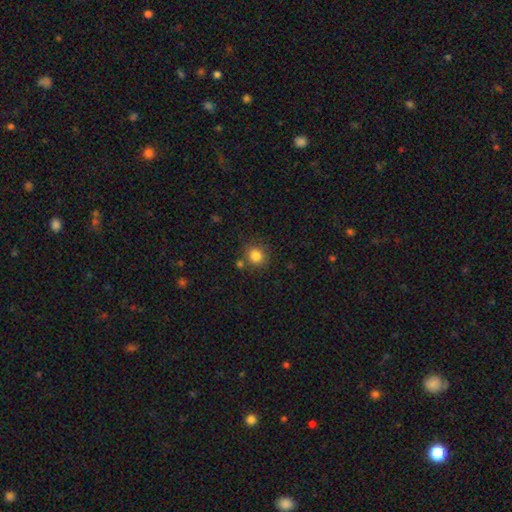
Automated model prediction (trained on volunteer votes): Smooth or featured? Predicted: smooth (p=0.83). How rounded? Predicted: round (p=0.85). Merging? Predicted: none (p=0.76).